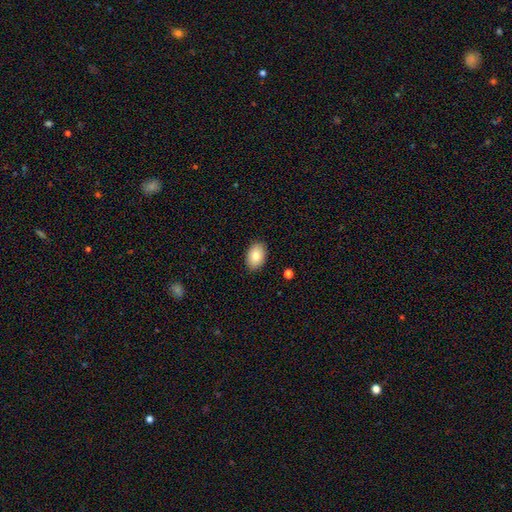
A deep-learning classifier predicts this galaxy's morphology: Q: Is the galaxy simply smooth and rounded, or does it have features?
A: smooth — 84%.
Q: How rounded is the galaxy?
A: in between — 87%.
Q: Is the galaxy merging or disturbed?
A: none — 88%.